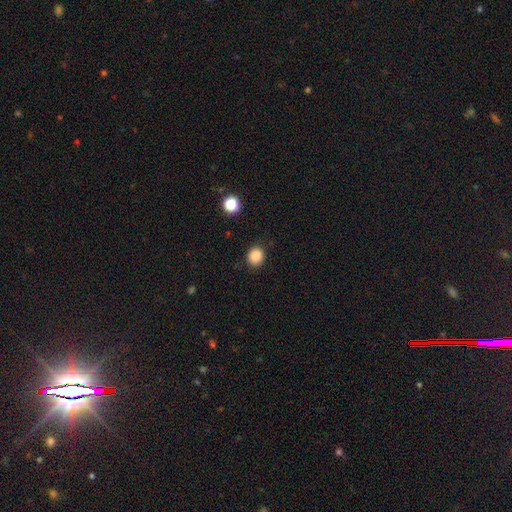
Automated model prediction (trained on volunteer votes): smooth-or-featured: smooth: 87% | star or artifact: 10% | featured or disk: 3%
  how-rounded: round: 76% | in between: 23% | cigar-shaped: 1%
  merging: none: 85% | minor disturbance: 10% | major disturbance: 3% | merger: 1%